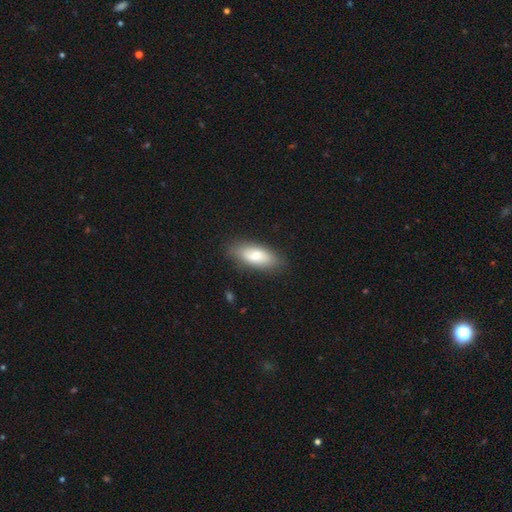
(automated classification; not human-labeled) A smooth galaxy with no disk features (73%) that is in between round and cigar-shaped (82%). Merging: none (83%).